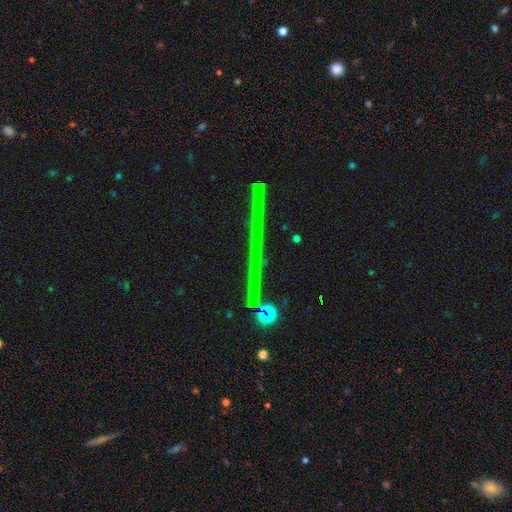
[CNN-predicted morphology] Overall: star or artifact (71%).